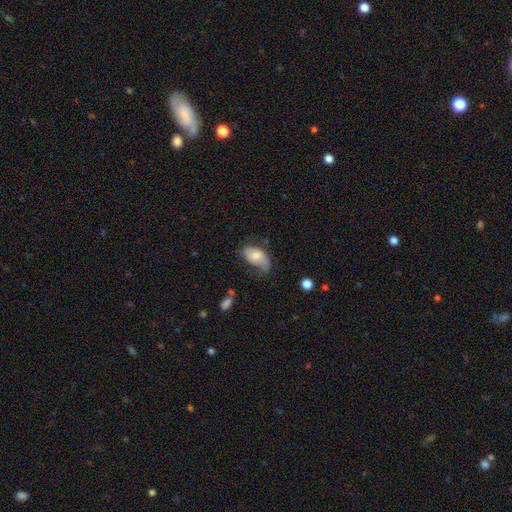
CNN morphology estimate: Smooth or featured? Predicted: smooth (p=0.60). How rounded? Predicted: in between (p=0.92). Merging? Predicted: none (p=0.38).